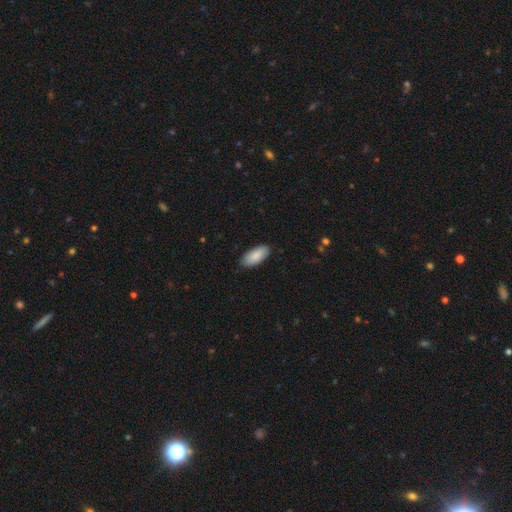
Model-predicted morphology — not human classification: The model was most divided on "merging": none: 86%, minor disturbance: 11%, major disturbance: 2%, merger: 1%. More confident: how rounded — in between (88%); smooth or featured — smooth (88%).